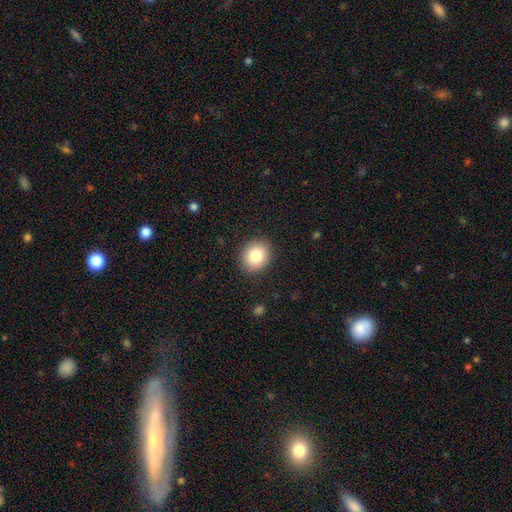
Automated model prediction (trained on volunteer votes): Smooth or featured? smooth (83%)
How rounded? round (65%)
Merging? none (89%)